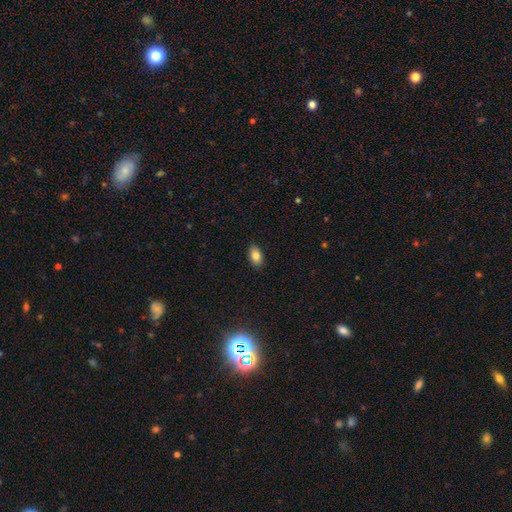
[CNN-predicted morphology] A smooth galaxy with no disk features (83%) that is in between round and cigar-shaped (90%). Merging: none (88%).